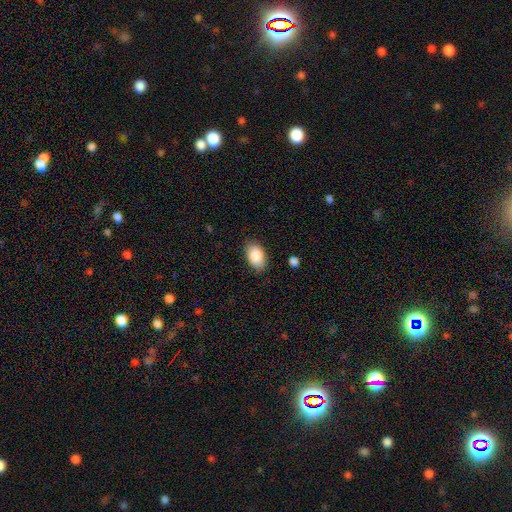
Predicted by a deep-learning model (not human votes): A smooth galaxy with no disk features (88%) that is in between round and cigar-shaped (92%). Merging: none (85%).